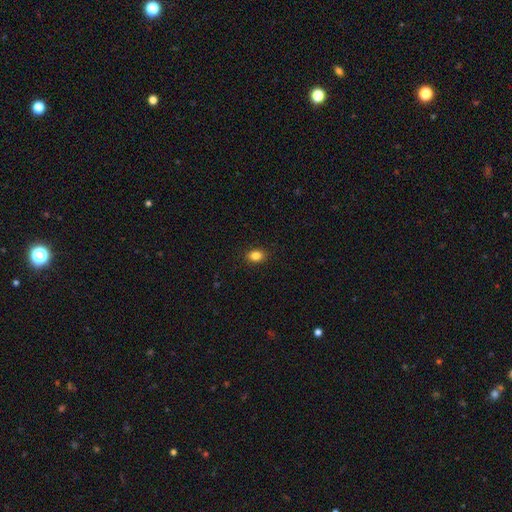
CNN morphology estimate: Smooth or featured: smooth — 86% (star or artifact — 10%)
How rounded: in between — 67% (round — 32%)
Merging: none — 90% (minor disturbance — 7%)